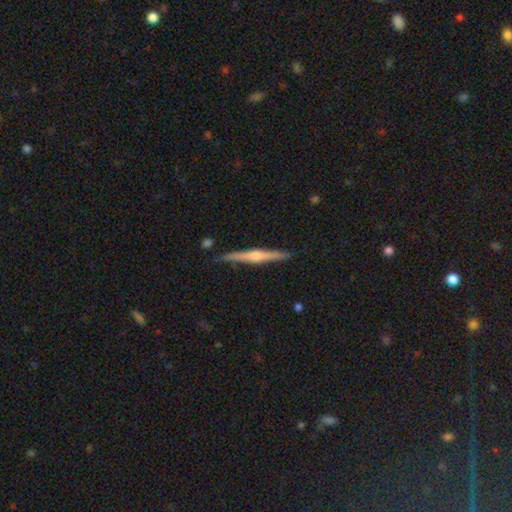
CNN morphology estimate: Smooth or featured: featured or disk — 69% (smooth — 26%)
Edge-on disk: yes — 98% (no — 2%)
Edge-on bulge: rounded — 79% (none — 12%)
Merging: none — 87% (minor disturbance — 10%)